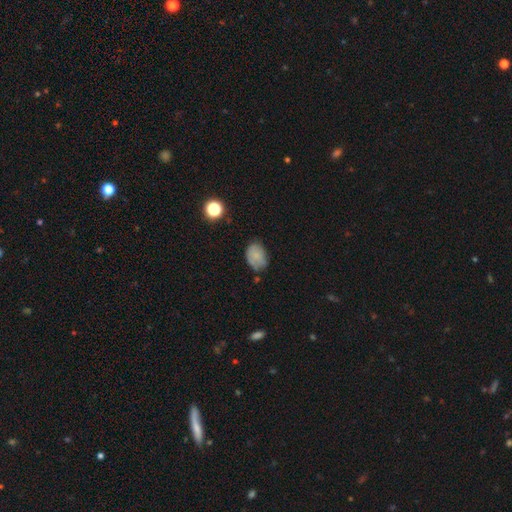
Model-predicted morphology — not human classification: Smooth or featured? smooth (73%)
How rounded? in between (76%)
Merging? none (62%)